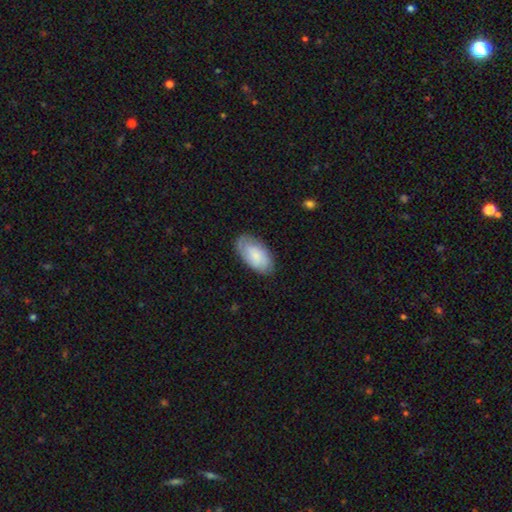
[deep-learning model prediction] A smooth galaxy with no disk features (70%) that is in between round and cigar-shaped (95%). Merging: none (78%).